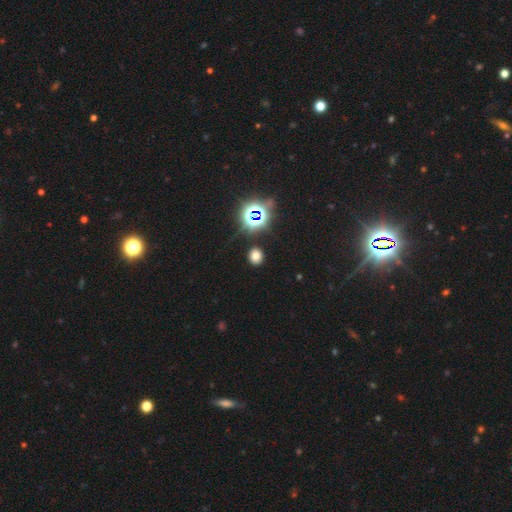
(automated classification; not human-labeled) Smooth or featured? smooth (69%)
How rounded? round (67%)
Merging? none (88%)